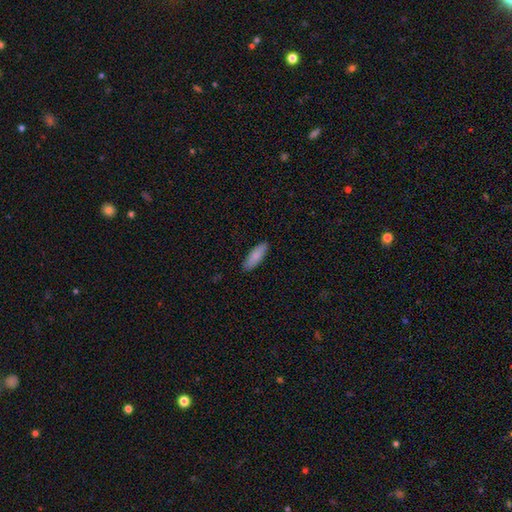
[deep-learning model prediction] A smooth galaxy with no disk features (84%) that is in between round and cigar-shaped (62%).

Vote fractions:
- Smooth or featured? smooth: 84% / featured or disk: 11% / star or artifact: 6%
- How rounded? in between: 62% / cigar-shaped: 36% / round: 2%
- Merging? none: 89% / minor disturbance: 8% / major disturbance: 2% / merger: 1%